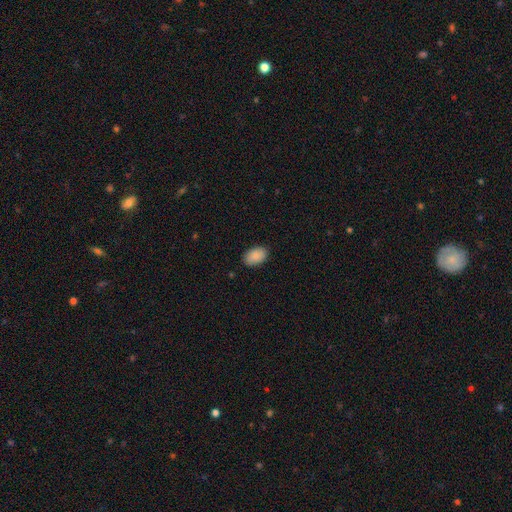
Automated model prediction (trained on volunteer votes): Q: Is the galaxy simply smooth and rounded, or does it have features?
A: smooth — 90%.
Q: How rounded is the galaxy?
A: in between — 90%.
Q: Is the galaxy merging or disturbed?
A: none — 88%.